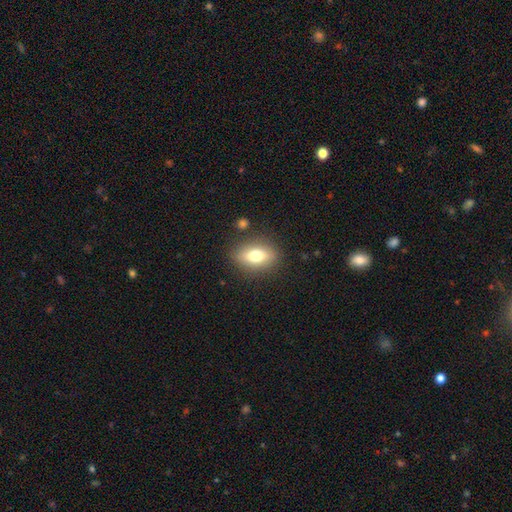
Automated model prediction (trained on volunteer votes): smooth_or_featured: smooth (p=0.72) [alt: featured or disk p=0.19]
how_rounded: in between (p=0.77) [alt: round p=0.16]
merging: none (p=0.83) [alt: minor disturbance p=0.11]